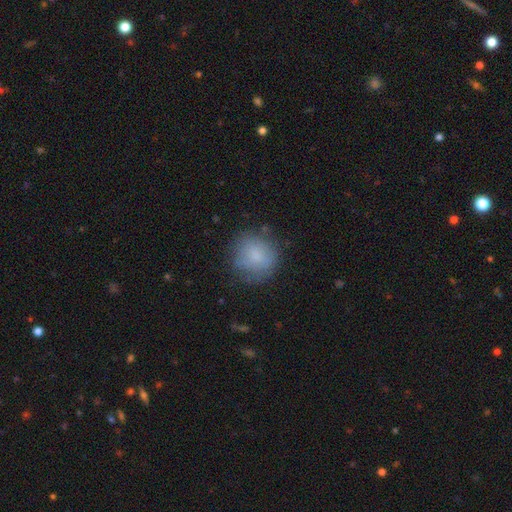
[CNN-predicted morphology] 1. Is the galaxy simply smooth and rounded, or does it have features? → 77% smooth, 14% featured or disk, 9% star or artifact.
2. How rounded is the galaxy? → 90% round, 9% in between, 1% cigar-shaped.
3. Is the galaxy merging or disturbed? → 72% none, 19% minor disturbance, 7% major disturbance, 2% merger.